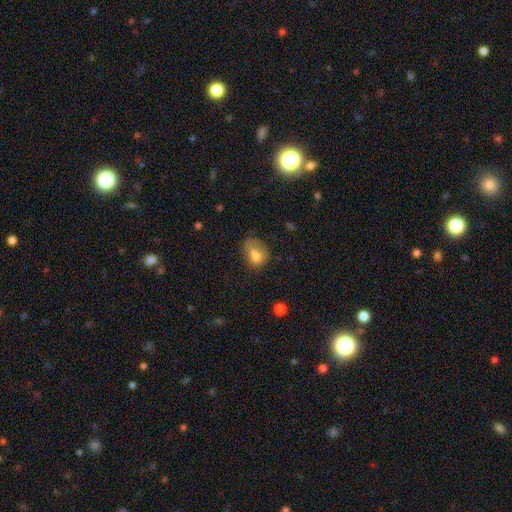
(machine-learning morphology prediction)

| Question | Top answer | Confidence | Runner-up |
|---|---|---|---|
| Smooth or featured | smooth | 70% | featured or disk (19%) |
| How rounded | in between | 66% | round (32%) |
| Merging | none | 31% | minor disturbance (28%) |